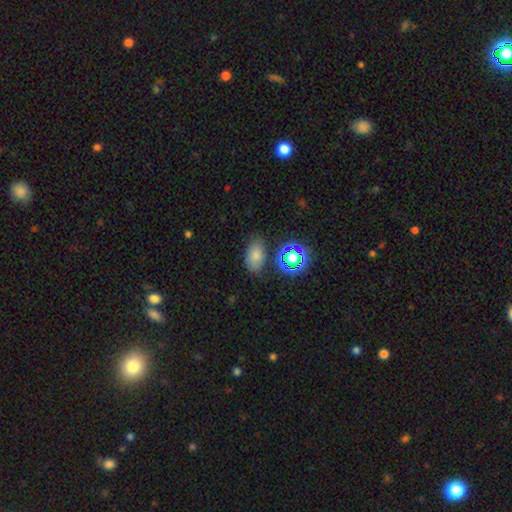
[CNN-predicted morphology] Q: Smooth or featured?
A: smooth (73%); runner-up: star or artifact (18%)
Q: How rounded?
A: in between (85%); runner-up: round (14%)
Q: Merging?
A: none (75%); runner-up: minor disturbance (15%)